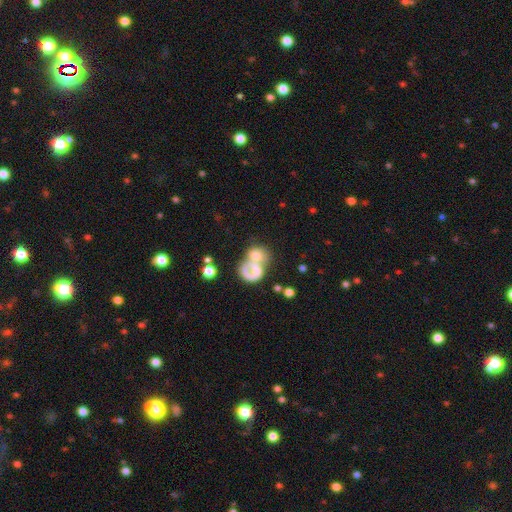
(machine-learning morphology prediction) smooth-or-featured: smooth: 54% | featured or disk: 34% | star or artifact: 12%
  how-rounded: round: 52% | in between: 47% | cigar-shaped: 1%
  merging: merger: 55% | none: 21% | major disturbance: 15% | minor disturbance: 9%